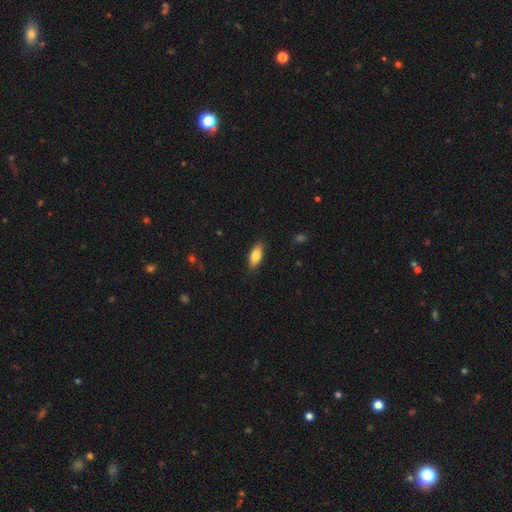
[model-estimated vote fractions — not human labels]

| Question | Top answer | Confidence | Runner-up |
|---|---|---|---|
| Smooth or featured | smooth | 83% | featured or disk (10%) |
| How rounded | in between | 81% | cigar-shaped (16%) |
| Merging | none | 86% | minor disturbance (10%) |